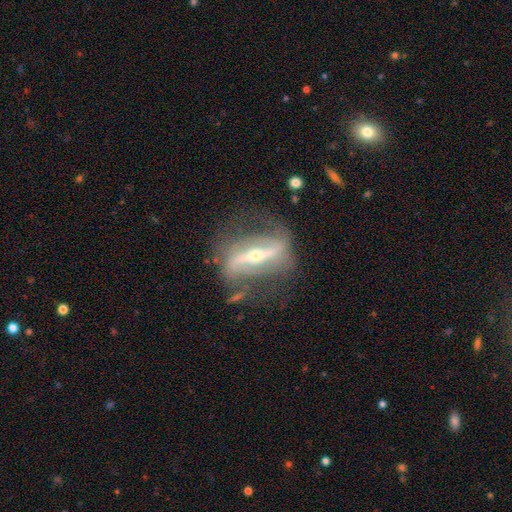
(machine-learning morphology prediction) A featured or disk galaxy (85%) with a strong bar (78%), spiral arms (75%) and a small central bulge (62%).

Vote fractions:
- Smooth or featured? featured or disk: 85% / smooth: 9% / star or artifact: 6%
- Edge-on disk? no: 78% / yes: 22%
- Bar? strong: 78% / weak: 12% / no: 10%
- Spiral arms? yes: 75% / no: 25%
- Bulge size? small: 62% / moderate: 34% / large: 2% / dominant: 1% / none: 1%
- Merging? none: 59% / minor disturbance: 20% / major disturbance: 17% / merger: 4%